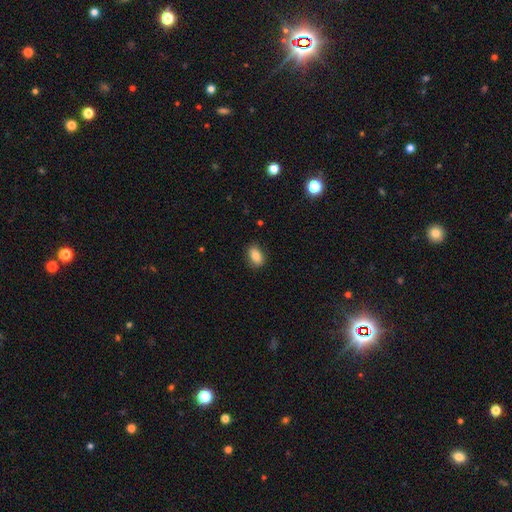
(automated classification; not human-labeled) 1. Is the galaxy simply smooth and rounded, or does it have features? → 84% smooth, 8% star or artifact, 8% featured or disk.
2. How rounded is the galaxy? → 86% in between, 12% round, 2% cigar-shaped.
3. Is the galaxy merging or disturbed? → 86% none, 10% minor disturbance, 2% major disturbance, 1% merger.